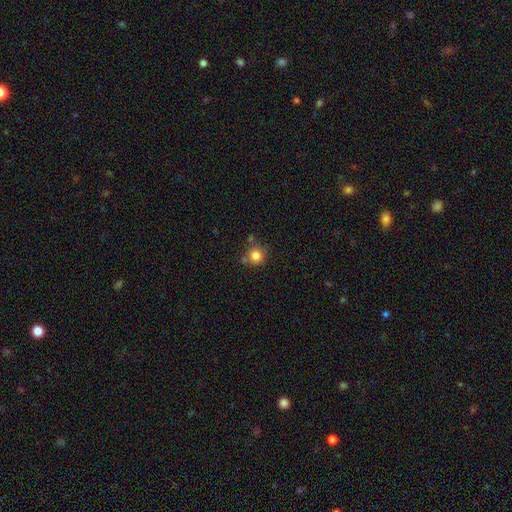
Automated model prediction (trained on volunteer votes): This is clearly a smooth galaxy (82%). How rounded: clearly round (91%). Merging: likely none (68%).